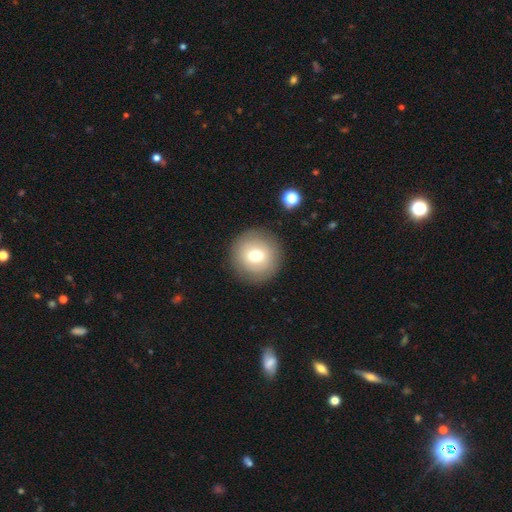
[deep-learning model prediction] Smooth or featured? Predicted: smooth (p=0.71). How rounded? Predicted: round (p=0.94). Merging? Predicted: none (p=0.88).